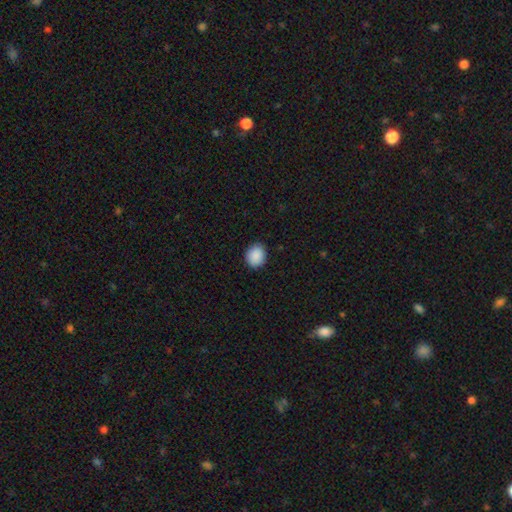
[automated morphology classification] Q: Smooth or featured?
A: smooth (90%); runner-up: star or artifact (7%)
Q: How rounded?
A: round (64%); runner-up: in between (36%)
Q: Merging?
A: none (89%); runner-up: minor disturbance (8%)